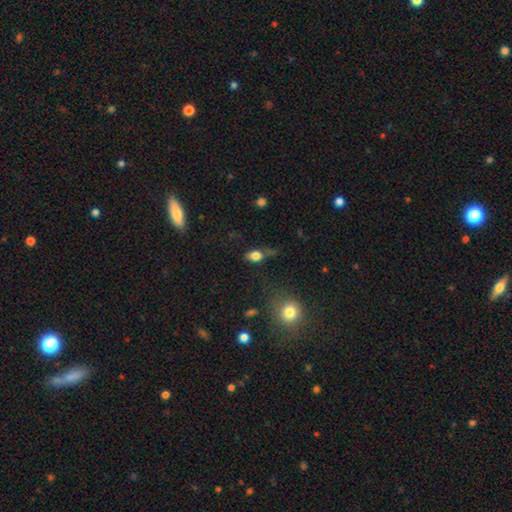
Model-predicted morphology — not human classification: Overall: smooth (76%). How rounded: in between (70%). Merging: none (55%; minor disturbance 27%).